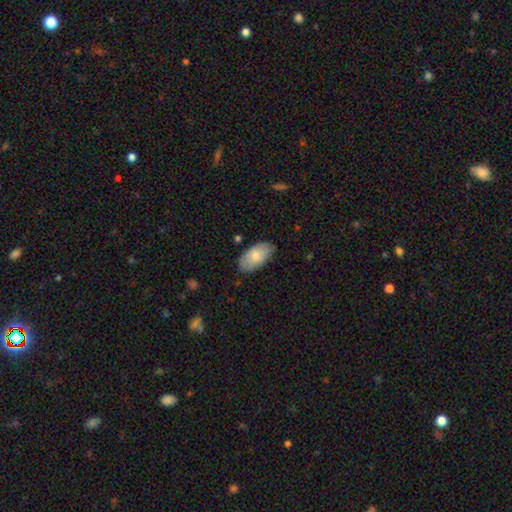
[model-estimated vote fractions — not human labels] This is likely a smooth galaxy (76%). How rounded: clearly in between (95%). Merging: likely none (79%).